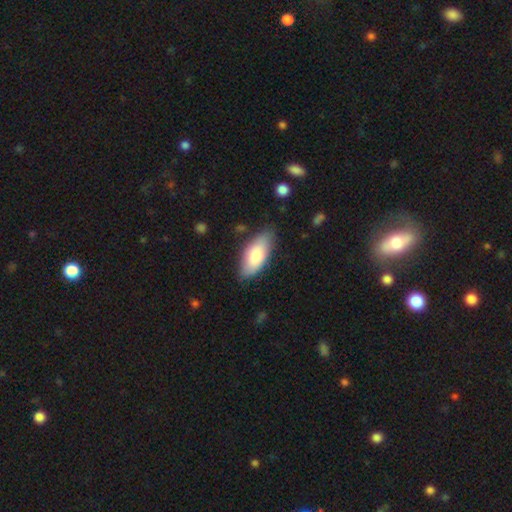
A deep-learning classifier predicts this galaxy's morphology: The model was most divided on "smooth or featured": smooth: 80%, featured or disk: 15%, star or artifact: 5%. More confident: how rounded — in between (85%); merging — none (81%).